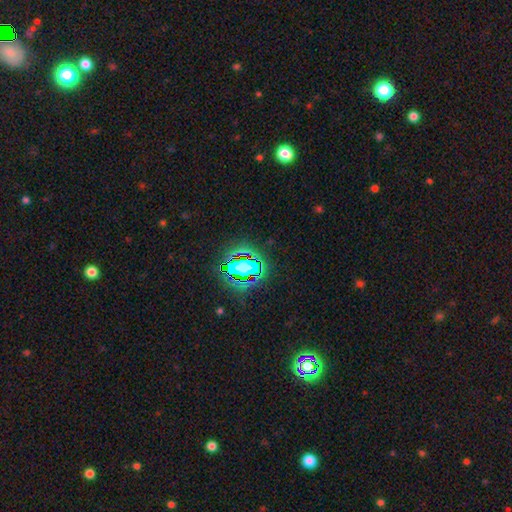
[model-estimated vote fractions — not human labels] Q: Smooth or featured?
A: star or artifact (79%); runner-up: smooth (13%)